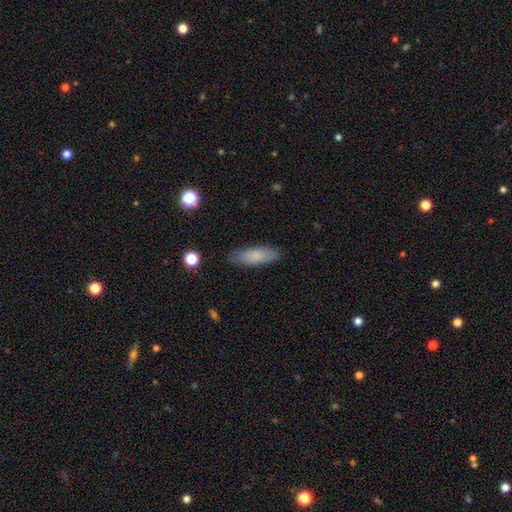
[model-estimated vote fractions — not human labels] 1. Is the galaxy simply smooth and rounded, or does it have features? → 79% smooth, 14% featured or disk, 7% star or artifact.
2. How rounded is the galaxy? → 61% in between, 37% cigar-shaped, 2% round.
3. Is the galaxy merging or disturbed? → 82% none, 14% minor disturbance, 3% major disturbance, 1% merger.